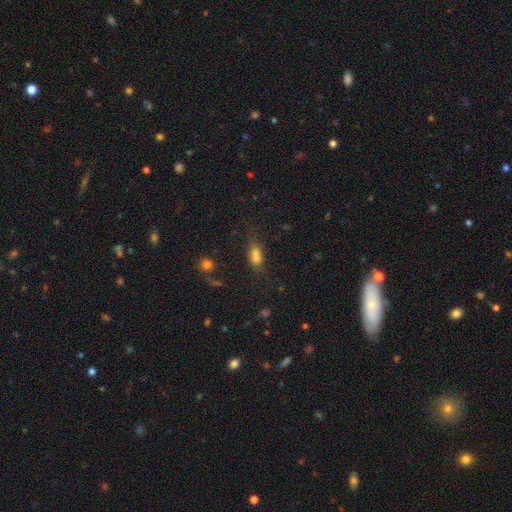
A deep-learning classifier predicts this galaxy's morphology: Overall: smooth (68%). How rounded: in between (67%). Merging: merger (42%; none 36%).